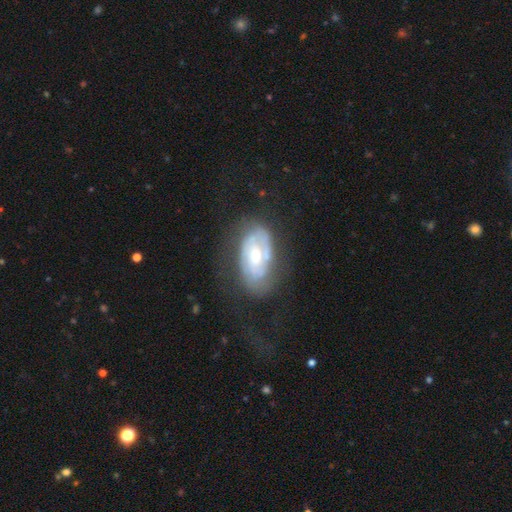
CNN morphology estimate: Q: Smooth or featured?
A: featured or disk (78%); runner-up: smooth (16%)
Q: Edge-on disk?
A: no (95%); runner-up: yes (5%)
Q: Bar?
A: no (53%); runner-up: weak (36%)
Q: Spiral arms?
A: yes (83%); runner-up: no (17%)
Q: Spiral winding?
A: tight (55%); runner-up: medium (33%)
Q: Spiral arm count?
A: 2 (46%); runner-up: can't tell (34%)
Q: Bulge size?
A: moderate (54%); runner-up: small (42%)
Q: Merging?
A: none (60%); runner-up: minor disturbance (23%)